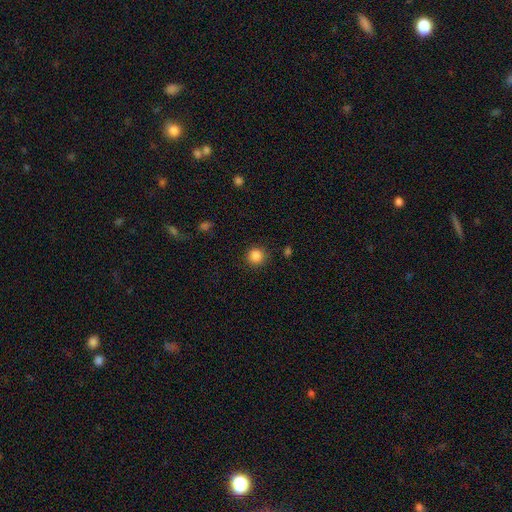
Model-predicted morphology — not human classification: Smooth or featured?
  - smooth: 86% *
  - star or artifact: 11%
  - featured or disk: 3%
How rounded?
  - round: 93% *
  - in between: 6%
  - cigar-shaped: 1%
Merging?
  - none: 89% *
  - minor disturbance: 7%
  - major disturbance: 3%
  - merger: 1%